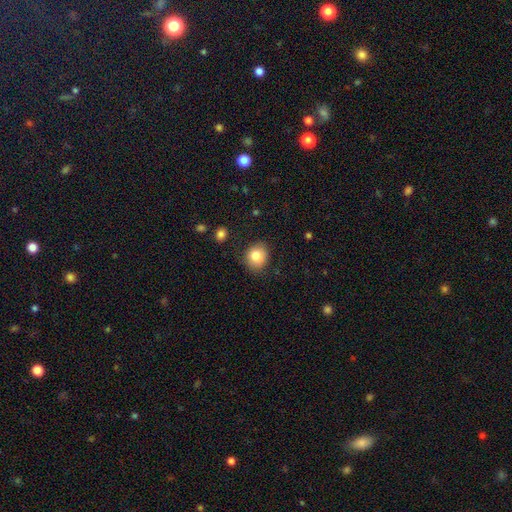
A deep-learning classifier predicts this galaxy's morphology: smooth-or-featured: smooth: 82% | star or artifact: 9% | featured or disk: 8%
  how-rounded: round: 75% | in between: 24% | cigar-shaped: 1%
  merging: none: 84% | minor disturbance: 11% | major disturbance: 3% | merger: 1%